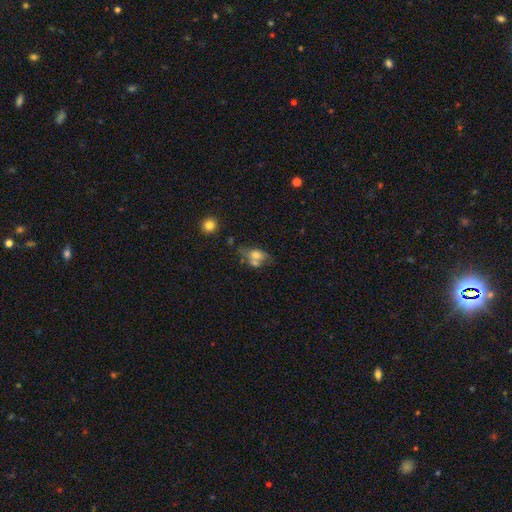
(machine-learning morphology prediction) smooth-or-featured: smooth: 59% | featured or disk: 29% | star or artifact: 12%
  how-rounded: in between: 74% | round: 22% | cigar-shaped: 4%
  merging: merger: 39% | none: 29% | minor disturbance: 18% | major disturbance: 14%